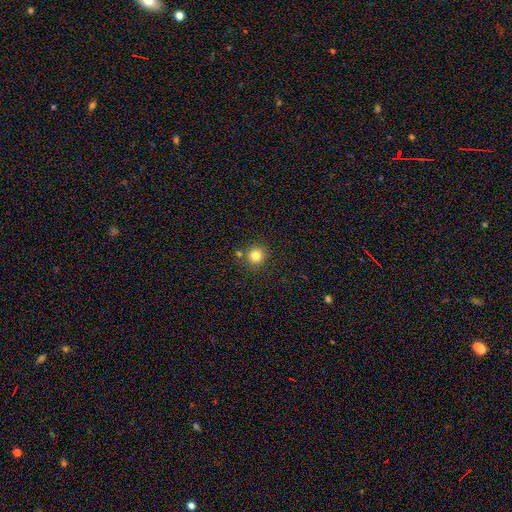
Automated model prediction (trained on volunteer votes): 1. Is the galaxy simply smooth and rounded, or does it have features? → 82% smooth, 12% star or artifact, 6% featured or disk.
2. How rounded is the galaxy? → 93% round, 6% in between, 1% cigar-shaped.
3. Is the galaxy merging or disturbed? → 82% none, 8% merger, 7% minor disturbance, 2% major disturbance.